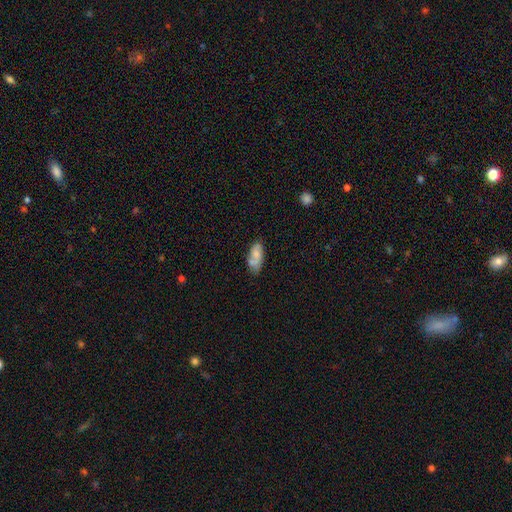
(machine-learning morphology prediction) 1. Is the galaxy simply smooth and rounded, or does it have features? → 64% smooth, 28% featured or disk, 8% star or artifact.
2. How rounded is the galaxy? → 86% in between, 11% cigar-shaped, 3% round.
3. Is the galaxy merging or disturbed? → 51% none, 27% minor disturbance, 13% merger, 9% major disturbance.